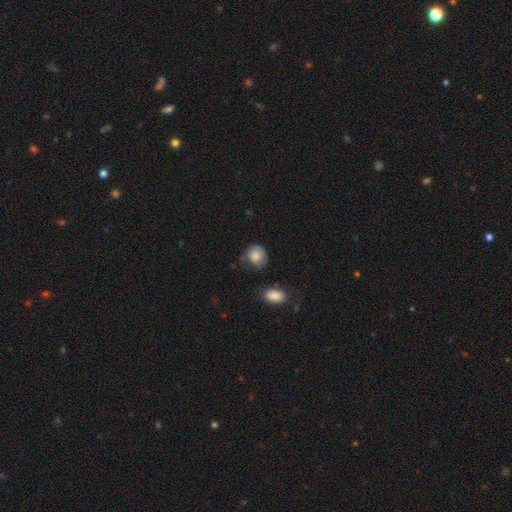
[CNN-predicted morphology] Overall: smooth (81%). How rounded: round (76%). Merging: none (57%; minor disturbance 29%).